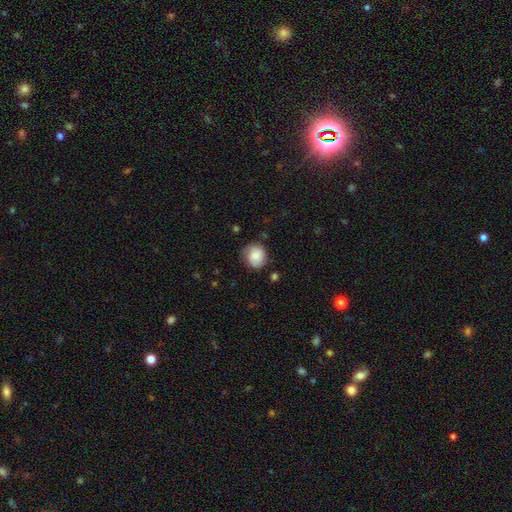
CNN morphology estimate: This appears to be a smooth galaxy with no disk features (70%) that is round (75%). Merging: none (67%).